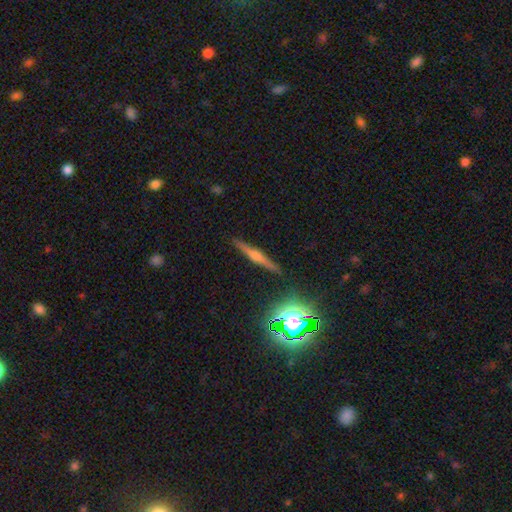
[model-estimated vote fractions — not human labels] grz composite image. It shows a featured or disk galaxy (64%) viewed edge-on (97%) with a rounded central bulge (83%). Merging: none (90%).